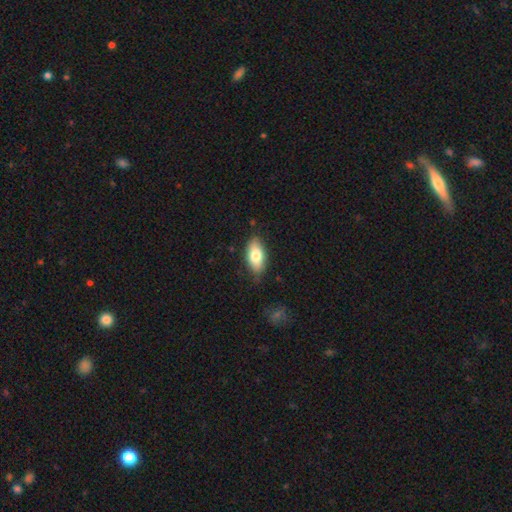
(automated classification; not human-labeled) smooth-or-featured: smooth: 76% | featured or disk: 18% | star or artifact: 6%
  how-rounded: in between: 88% | cigar-shaped: 9% | round: 4%
  merging: none: 79% | minor disturbance: 17% | major disturbance: 3% | merger: 2%